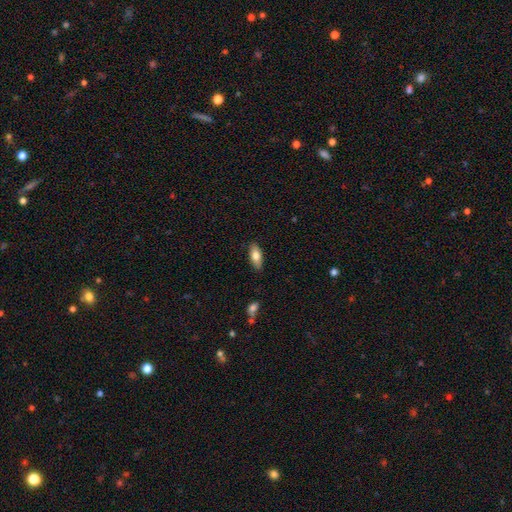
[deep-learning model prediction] A smooth galaxy with no disk features (76%) that is in between round and cigar-shaped (79%). Merging: none (86%).